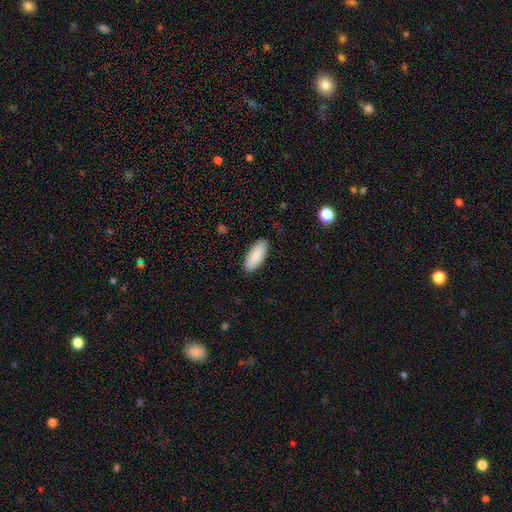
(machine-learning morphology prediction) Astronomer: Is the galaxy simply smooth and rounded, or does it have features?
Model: smooth — 90%.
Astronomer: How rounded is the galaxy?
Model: in between — 81%.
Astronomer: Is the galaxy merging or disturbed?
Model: none — 89%.